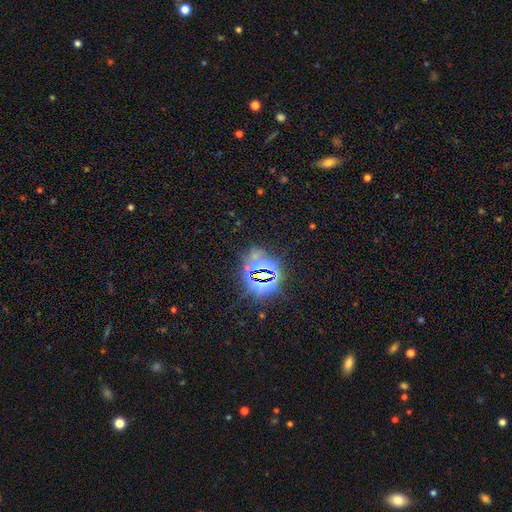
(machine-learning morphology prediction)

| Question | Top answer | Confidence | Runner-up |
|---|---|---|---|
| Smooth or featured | star or artifact | 77% | smooth (14%) |